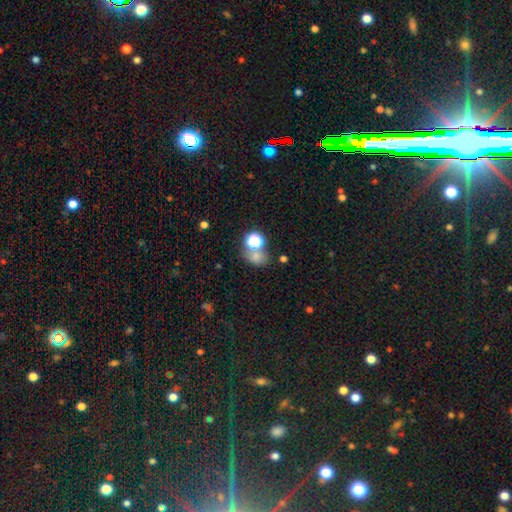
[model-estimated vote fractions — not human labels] Overall: smooth (64%; star or artifact 25%). How rounded: round (58%; in between 40%). Merging: none (50%; merger 32%).